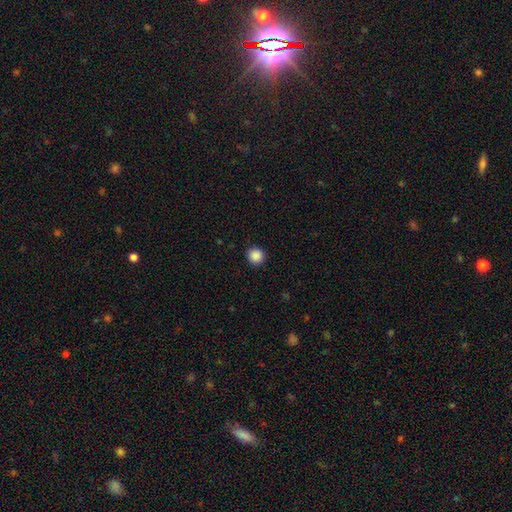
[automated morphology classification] This is clearly a smooth galaxy (88%). How rounded: clearly round (93%). Merging: clearly none (92%).